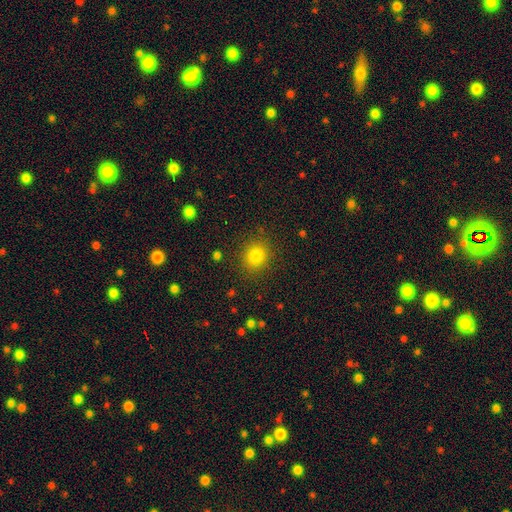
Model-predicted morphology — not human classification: Q: Smooth or featured?
A: smooth (81%); runner-up: star or artifact (13%)
Q: How rounded?
A: round (79%); runner-up: in between (20%)
Q: Merging?
A: none (87%); runner-up: minor disturbance (8%)